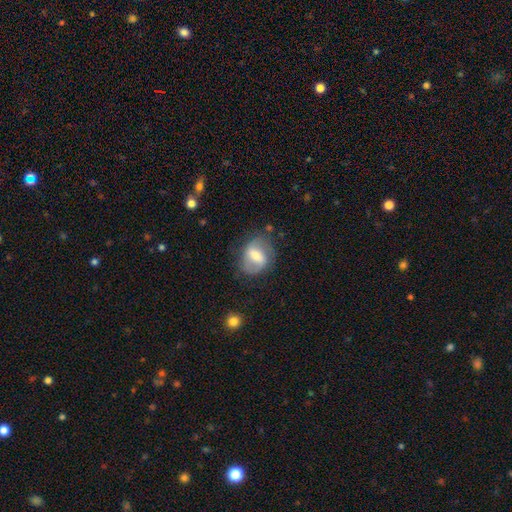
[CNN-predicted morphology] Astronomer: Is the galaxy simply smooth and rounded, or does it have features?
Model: featured or disk — 57% (runner-up: smooth, 36%).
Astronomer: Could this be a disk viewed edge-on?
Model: no — 95%.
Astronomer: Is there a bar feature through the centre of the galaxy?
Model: weak — 43%, tied with strong at 43%.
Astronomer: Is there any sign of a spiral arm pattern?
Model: yes — 70%.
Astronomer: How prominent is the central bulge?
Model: moderate — 55%.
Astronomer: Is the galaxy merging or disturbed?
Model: none — 65%.